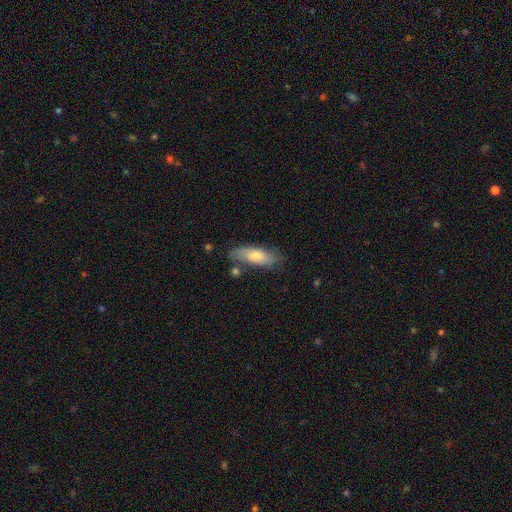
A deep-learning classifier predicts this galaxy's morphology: Overall: smooth (64%; featured or disk 29%). How rounded: in between (61%; cigar-shaped 37%). Merging: none (68%).